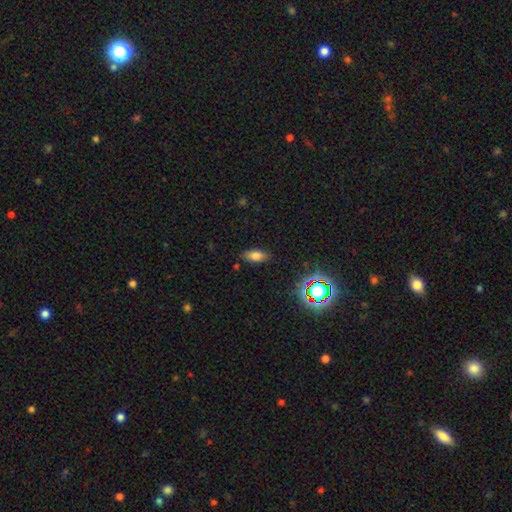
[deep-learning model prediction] Smooth or featured?
  - smooth: 74% *
  - star or artifact: 14%
  - featured or disk: 12%
How rounded?
  - in between: 86% *
  - cigar-shaped: 10%
  - round: 4%
Merging?
  - none: 84% *
  - minor disturbance: 12%
  - major disturbance: 3%
  - merger: 2%